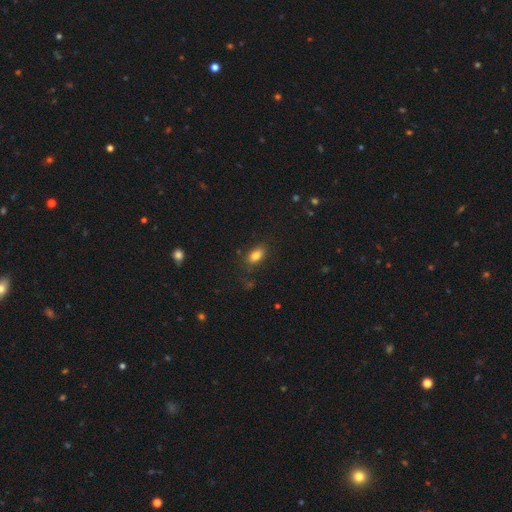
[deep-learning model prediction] Smooth or featured: smooth — 81% (star or artifact — 10%)
How rounded: in between — 87% (round — 10%)
Merging: none — 80% (minor disturbance — 14%)